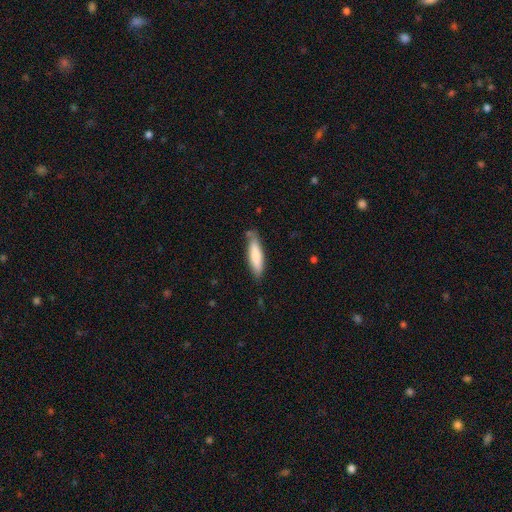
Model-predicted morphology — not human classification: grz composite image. It shows a smooth galaxy with no disk features (76%) that is cigar-shaped (70%). Merging: none (75%).